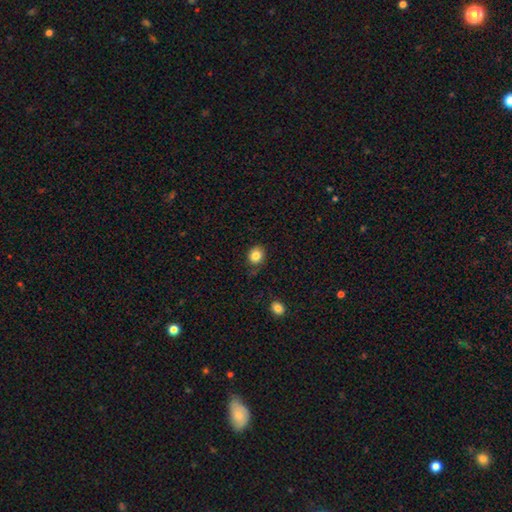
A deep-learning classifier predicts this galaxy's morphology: Smooth or featured: smooth — 83% (star or artifact — 11%)
How rounded: round — 68% (in between — 31%)
Merging: none — 82% (minor disturbance — 13%)